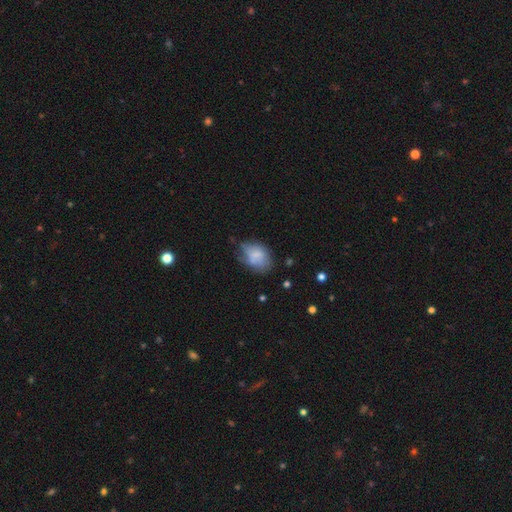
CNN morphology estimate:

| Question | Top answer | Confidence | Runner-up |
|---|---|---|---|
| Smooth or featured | smooth | 69% | featured or disk (22%) |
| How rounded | in between | 76% | round (23%) |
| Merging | none | 41% | minor disturbance (36%) |